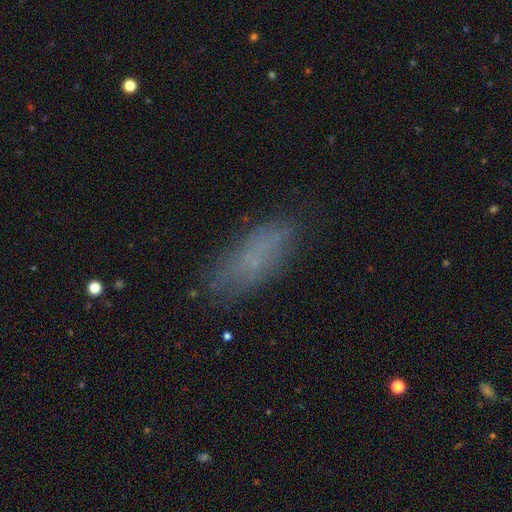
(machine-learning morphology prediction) The model was most divided on "how rounded": in between: 70%, cigar-shaped: 27%, round: 3%. More confident: merging — none (76%); smooth or featured — smooth (67%).